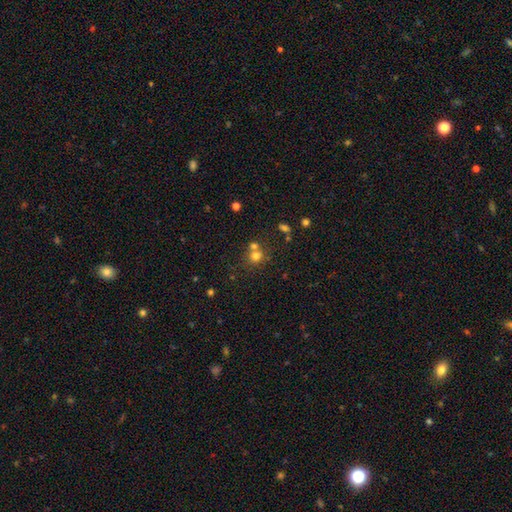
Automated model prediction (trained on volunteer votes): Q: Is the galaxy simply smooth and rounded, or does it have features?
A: smooth — 71%.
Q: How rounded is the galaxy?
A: round — 83%.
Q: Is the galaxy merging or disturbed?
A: none — 50%.